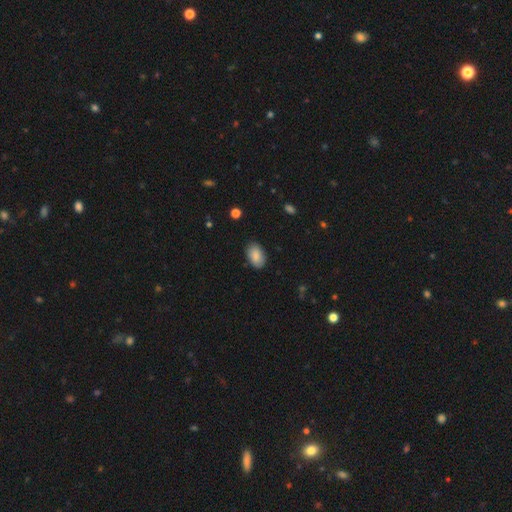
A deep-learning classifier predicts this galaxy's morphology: Overall: smooth (86%). How rounded: in between (91%). Merging: none (85%).